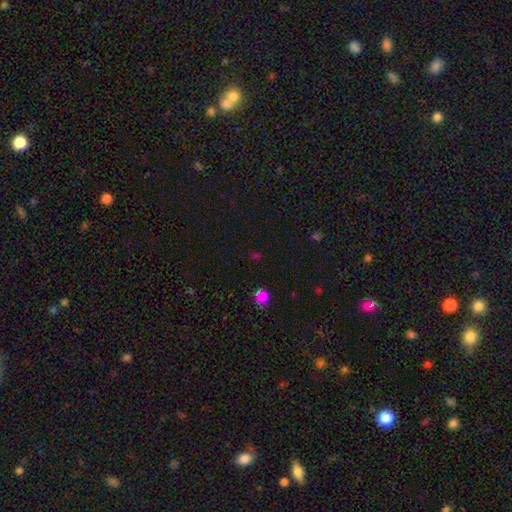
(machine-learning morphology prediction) star or artifact 52%, smooth 40%, featured or disk 7%.